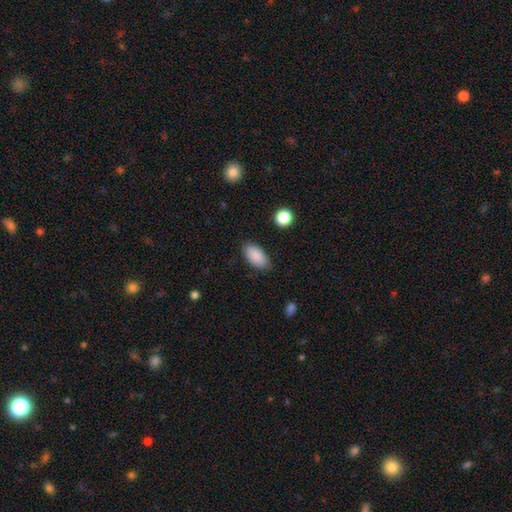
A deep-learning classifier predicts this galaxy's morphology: This is clearly a smooth galaxy (89%). How rounded: clearly in between (94%). Merging: clearly none (84%).